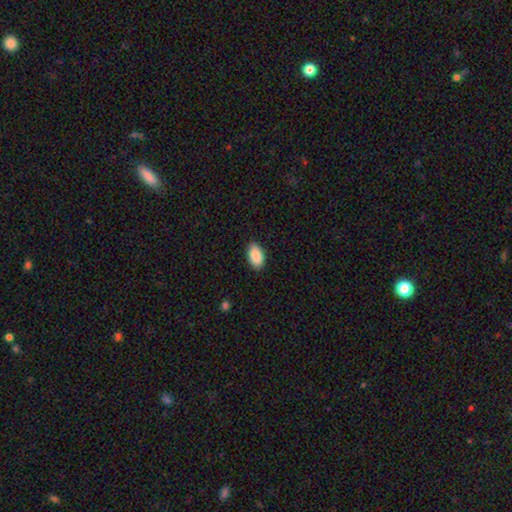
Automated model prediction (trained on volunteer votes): Q: Smooth or featured?
A: smooth (90%); runner-up: star or artifact (6%)
Q: How rounded?
A: in between (95%); runner-up: round (4%)
Q: Merging?
A: none (88%); runner-up: minor disturbance (9%)